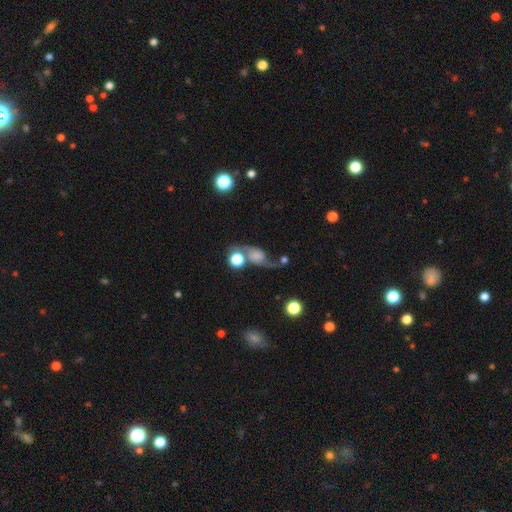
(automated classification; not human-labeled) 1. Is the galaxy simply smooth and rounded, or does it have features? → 67% featured or disk, 22% smooth, 11% star or artifact.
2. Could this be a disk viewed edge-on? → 94% no, 6% yes.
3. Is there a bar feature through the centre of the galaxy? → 68% no, 25% weak, 7% strong.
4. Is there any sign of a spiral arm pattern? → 90% yes, 10% no.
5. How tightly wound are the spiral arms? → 78% loose, 17% medium, 5% tight.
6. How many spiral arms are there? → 89% 2, 6% 1, 3% can't tell, 1% 3, 1% 4, 1% more than 4.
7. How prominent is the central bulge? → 36% none, 24% small, 15% moderate, 15% large, 9% dominant.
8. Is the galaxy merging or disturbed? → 44% none, 20% merger, 18% minor disturbance, 17% major disturbance.